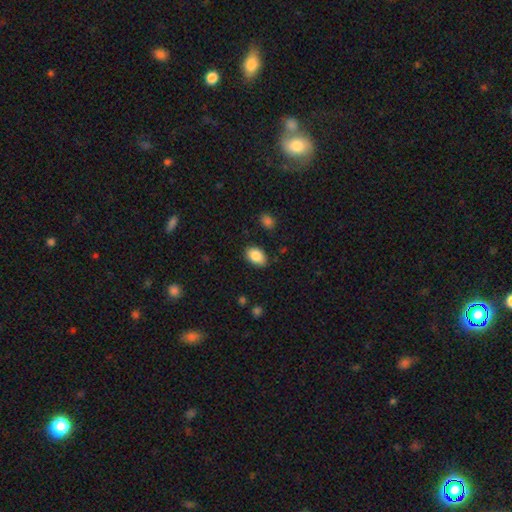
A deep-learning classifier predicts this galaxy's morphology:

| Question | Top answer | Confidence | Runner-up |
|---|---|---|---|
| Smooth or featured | smooth | 87% | star or artifact (7%) |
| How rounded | in between | 86% | round (13%) |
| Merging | none | 84% | minor disturbance (12%) |